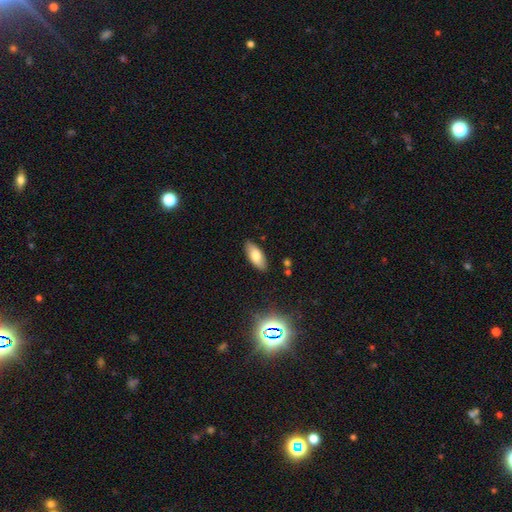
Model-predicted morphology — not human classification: Smooth or featured: smooth — 75% (featured or disk — 16%)
How rounded: in between — 84% (cigar-shaped — 13%)
Merging: none — 87% (minor disturbance — 10%)